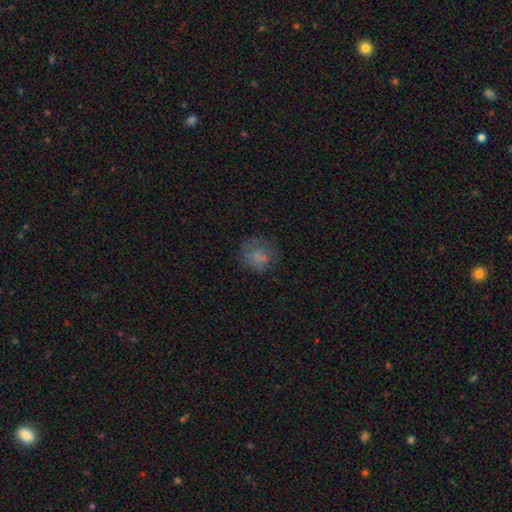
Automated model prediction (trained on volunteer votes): Smooth or featured? Predicted: smooth (p=0.71). How rounded? Predicted: round (p=0.84). Merging? Predicted: none (p=0.66).